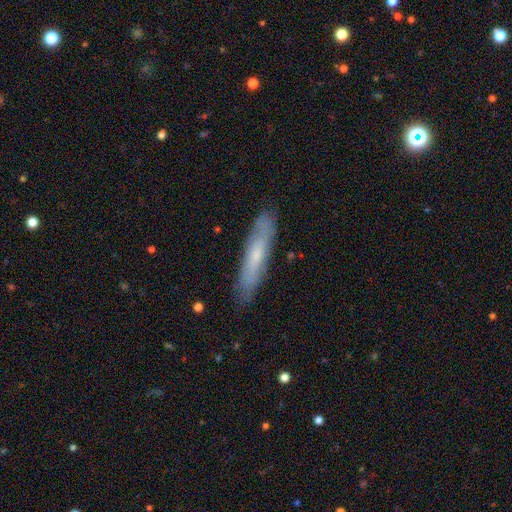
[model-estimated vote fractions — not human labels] Overall: smooth (52%; featured or disk 41%). How rounded: cigar-shaped (85%). Merging: none (85%).